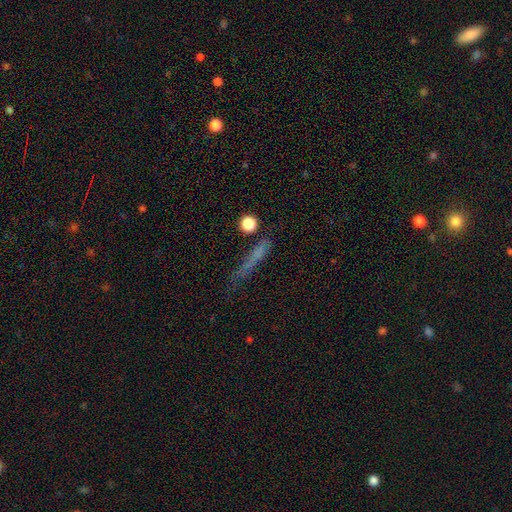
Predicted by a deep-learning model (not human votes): Q: Smooth or featured?
A: smooth (54%); runner-up: featured or disk (28%)
Q: How rounded?
A: cigar-shaped (84%); runner-up: in between (9%)
Q: Merging?
A: none (55%); runner-up: minor disturbance (23%)